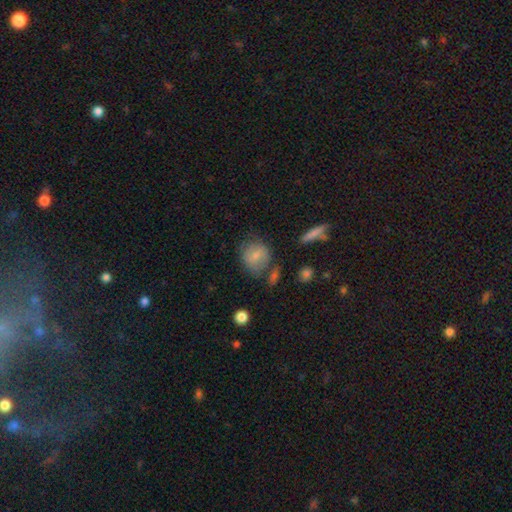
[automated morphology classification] The model was most divided on "merging": none: 59%, minor disturbance: 22%, merger: 10%, major disturbance: 9%. More confident: how rounded — round (75%); smooth or featured — smooth (73%).